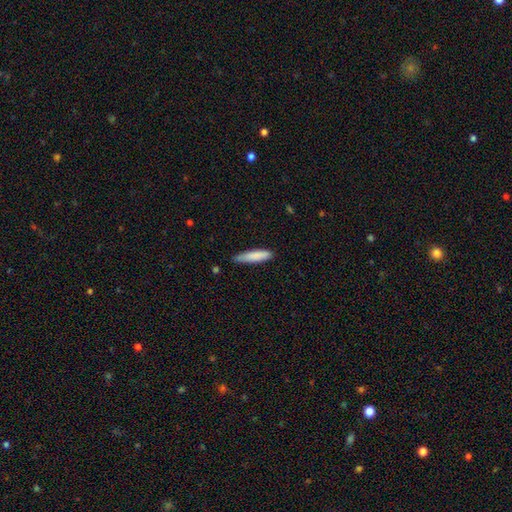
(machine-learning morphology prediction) Smooth or featured? Predicted: smooth (p=0.84). How rounded? Predicted: cigar-shaped (p=0.81). Merging? Predicted: none (p=0.74).